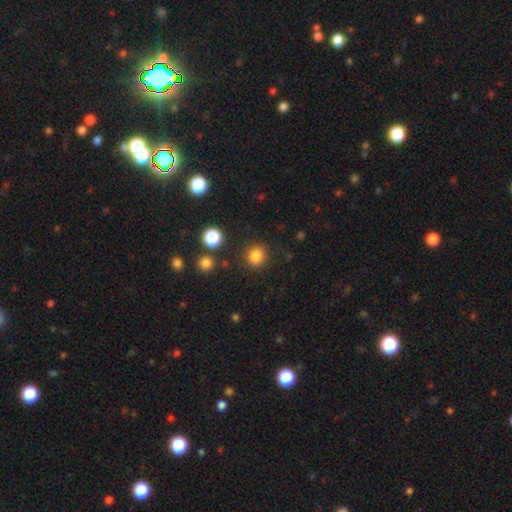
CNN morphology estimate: Smooth or featured? Predicted: smooth (p=0.84). How rounded? Predicted: round (p=0.81). Merging? Predicted: none (p=0.85).